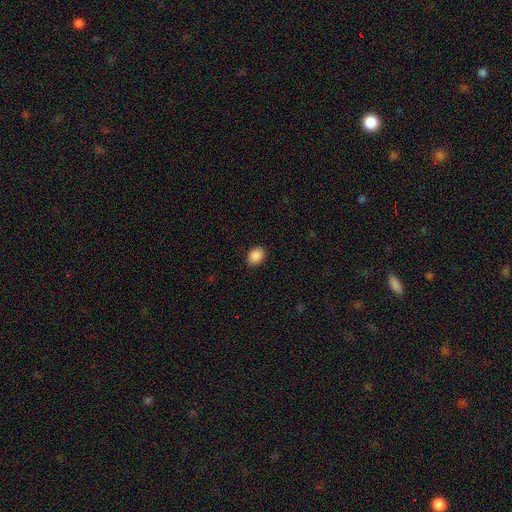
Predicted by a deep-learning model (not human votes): A smooth galaxy with no disk features (89%) that is in between round and cigar-shaped (74%). Merging: none (89%).